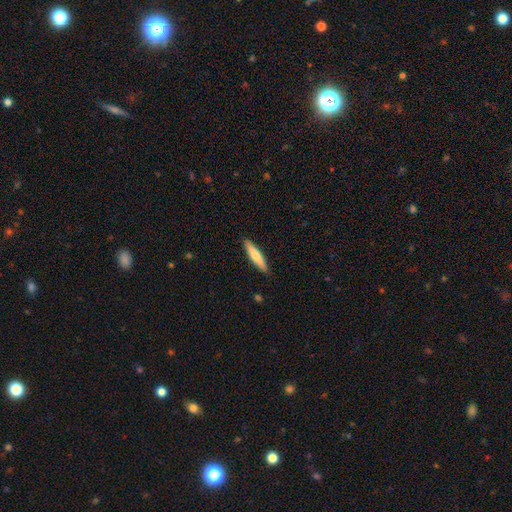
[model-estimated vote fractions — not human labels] Smooth or featured? Predicted: smooth (p=0.67). How rounded? Predicted: cigar-shaped (p=0.84). Merging? Predicted: none (p=0.90).